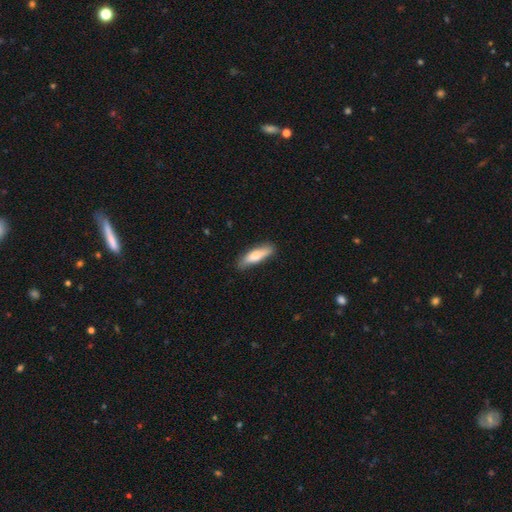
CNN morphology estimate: Smooth or featured? smooth (75%)
How rounded? cigar-shaped (63%)
Merging? none (78%)